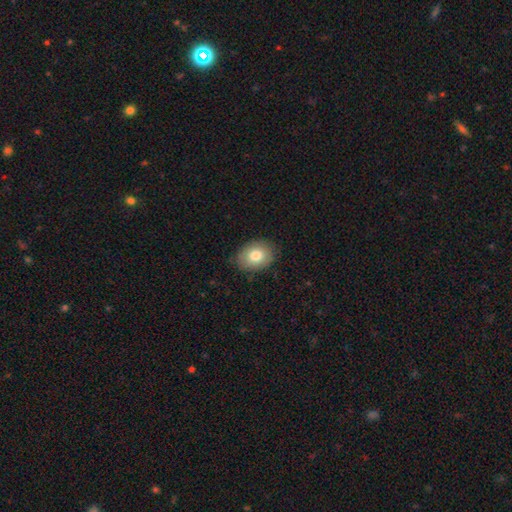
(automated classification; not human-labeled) Smooth or featured: smooth — 80% (featured or disk — 12%)
How rounded: in between — 71% (round — 28%)
Merging: none — 84% (minor disturbance — 12%)